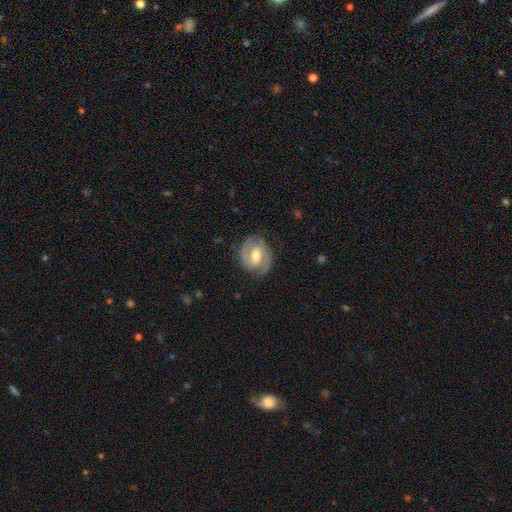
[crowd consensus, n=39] Smooth or featured? featured or disk (74%)
Edge-on disk? no (100%)
Bar? weak (52%)
Spiral arms? yes (86%)
Spiral winding? medium (48%)
Spiral arm count? 2 (100%)
Bulge size? moderate (62%)
Merging? none (76%)